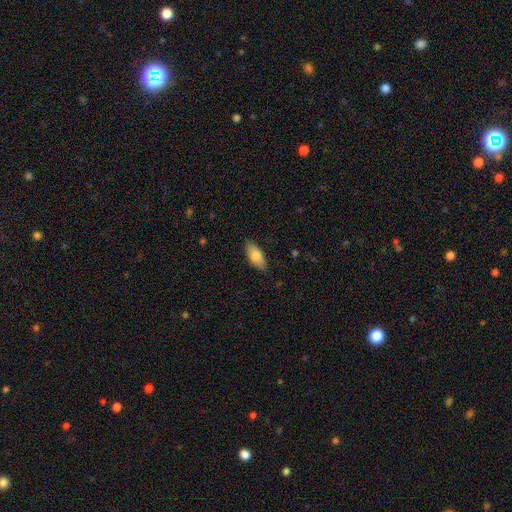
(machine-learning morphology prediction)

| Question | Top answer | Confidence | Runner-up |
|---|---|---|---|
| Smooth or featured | smooth | 81% | featured or disk (13%) |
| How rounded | in between | 88% | cigar-shaped (10%) |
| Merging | none | 84% | minor disturbance (12%) |